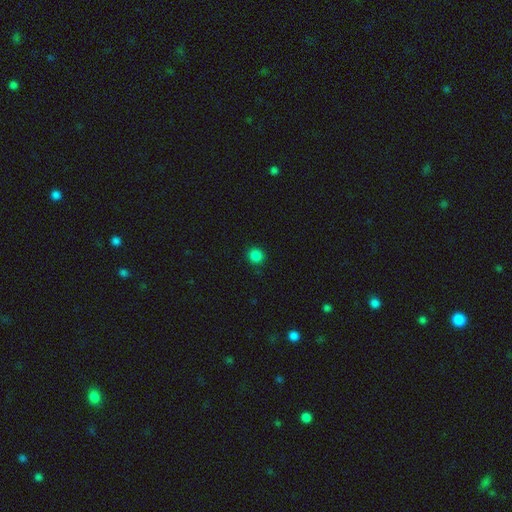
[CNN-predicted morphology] A smooth galaxy with no disk features (84%) that is round (90%).

Vote fractions:
- Smooth or featured? smooth: 84% / star or artifact: 13% / featured or disk: 3%
- How rounded? round: 90% / in between: 9% / cigar-shaped: 1%
- Merging? none: 90% / minor disturbance: 7% / major disturbance: 2% / merger: 1%